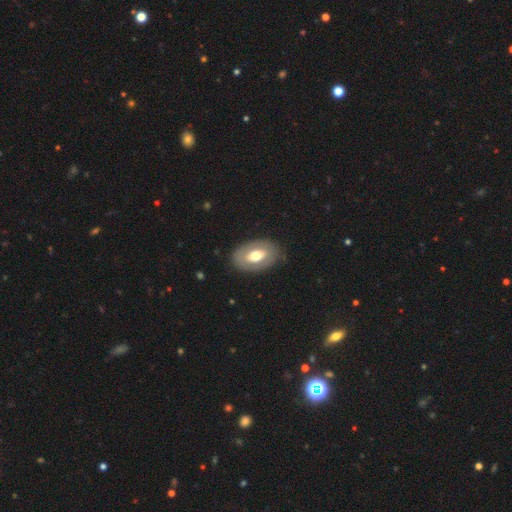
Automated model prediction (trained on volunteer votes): smooth 50%, featured or disk 44%, star or artifact 6%. Down the decision tree: how rounded — in between (88%); merging — none (82%).